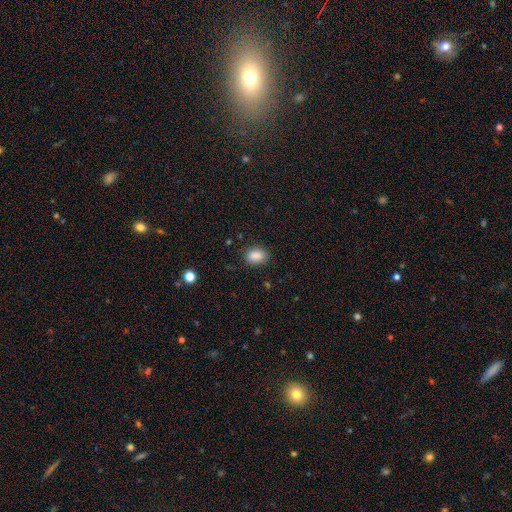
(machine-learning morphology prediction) The model was most divided on "how rounded": in between: 82%, round: 17%, cigar-shaped: 2%. More confident: smooth or featured — smooth (87%); merging — none (83%).